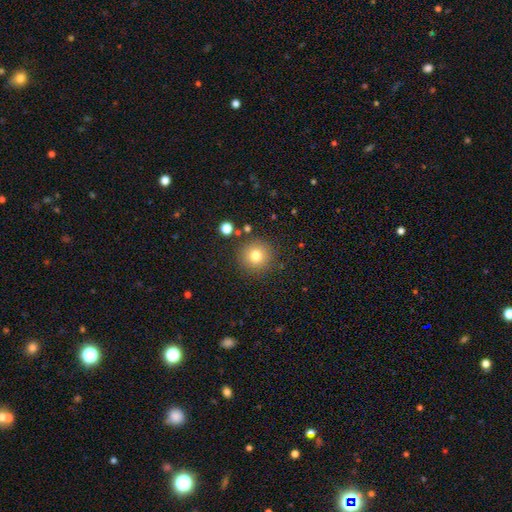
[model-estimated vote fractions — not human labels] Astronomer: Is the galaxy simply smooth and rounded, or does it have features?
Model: smooth — 78%.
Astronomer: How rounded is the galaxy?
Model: round — 95%.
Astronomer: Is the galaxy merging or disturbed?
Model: none — 88%.